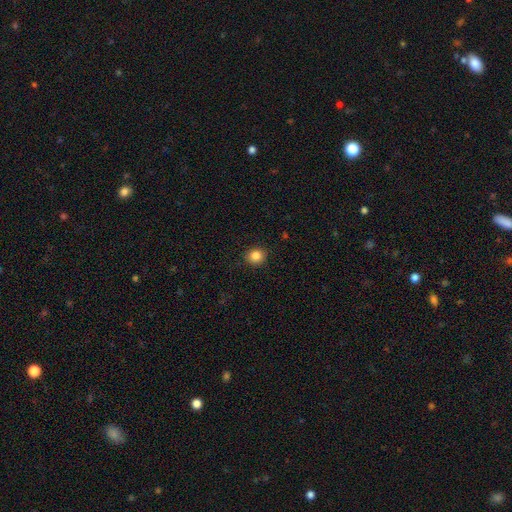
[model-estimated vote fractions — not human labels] Overall: smooth (85%). How rounded: round (81%). Merging: none (90%).